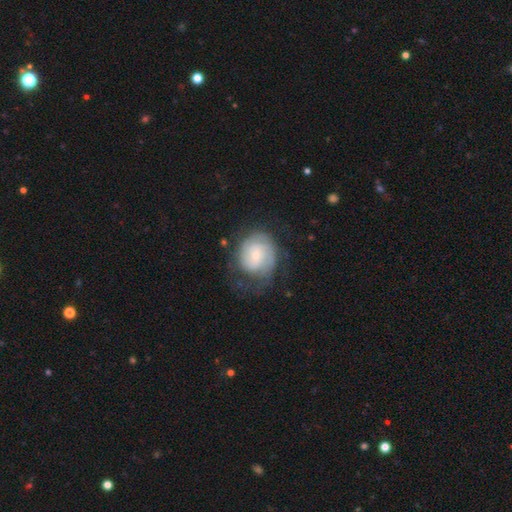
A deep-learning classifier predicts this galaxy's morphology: The model was most divided on "spiral arm count": can't tell: 43%, 2: 32%, 3: 10%, 1: 7%, 4: 4%, more than 4: 3%. More confident: edge-on disk — no (97%); spiral arms — yes (85%); bulge size — small (66%); smooth or featured — featured or disk (63%); bar — no (62%); spiral winding — tight (59%); merging — none (53%).